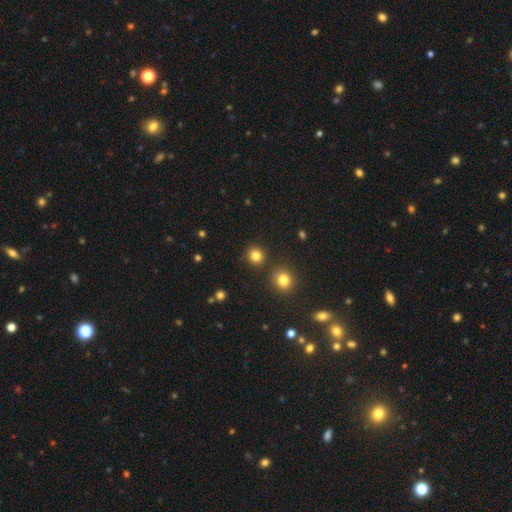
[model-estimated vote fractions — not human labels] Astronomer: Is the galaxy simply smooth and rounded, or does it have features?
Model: smooth — 83%.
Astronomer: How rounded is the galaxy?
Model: round — 91%.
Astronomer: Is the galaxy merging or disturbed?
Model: none — 88%.